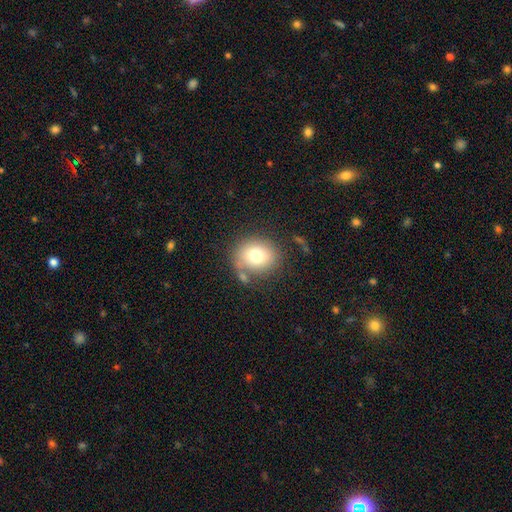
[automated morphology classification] This is likely a smooth galaxy (74%). How rounded: likely round (73%). Merging: likely none (71%).